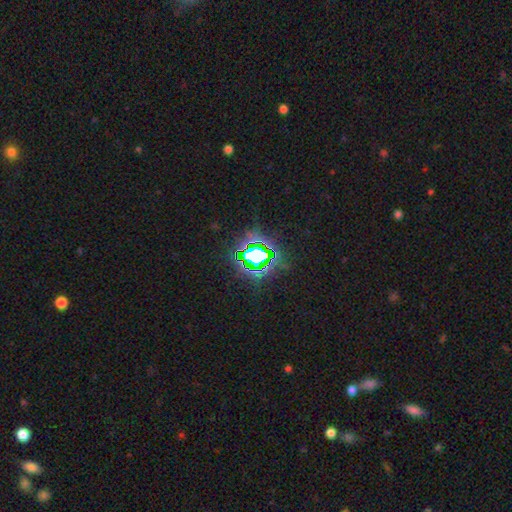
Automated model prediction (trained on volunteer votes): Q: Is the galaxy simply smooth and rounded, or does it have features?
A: star or artifact — 76%.